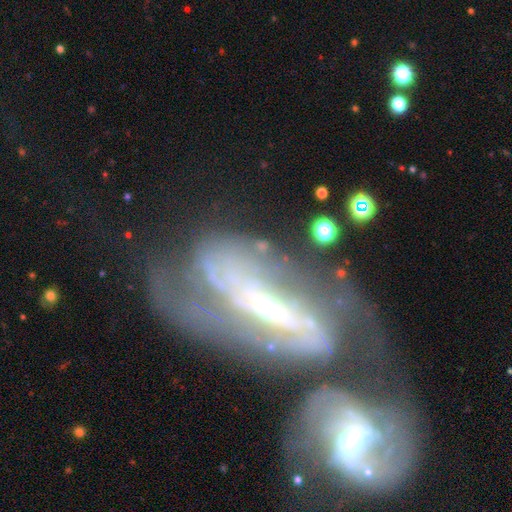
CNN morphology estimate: Smooth or featured?
  - featured or disk: 82% *
  - smooth: 11%
  - star or artifact: 8%
Edge-on disk?
  - no: 91% *
  - yes: 9%
Bar?
  - no: 44% *
  - weak: 31%
  - strong: 25%
Spiral arms?
  - yes: 82% *
  - no: 18%
Spiral winding?
  - tight: 38% *
  - medium: 35%
  - loose: 26%
Spiral arm count?
  - 2: 38% * (tied)
  - can't tell: 38% * (tied)
  - 3: 9%
  - 1: 7%
  - 4: 4%
  - more than 4: 4%
Bulge size?
  - small: 55% *
  - moderate: 38%
  - large: 3%
  - none: 2%
  - dominant: 1%
Merging?
  - merger: 44% *
  - major disturbance: 25%
  - none: 18%
  - minor disturbance: 12%